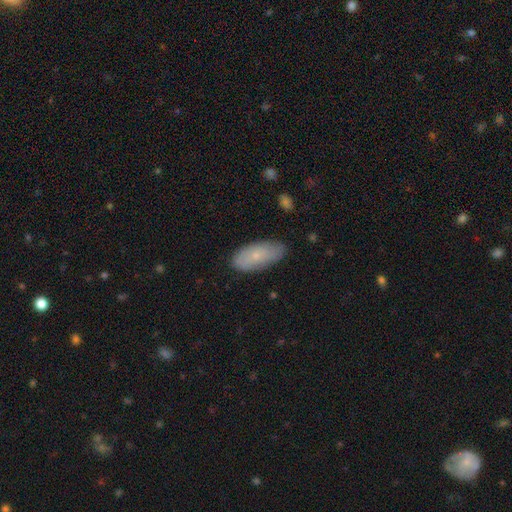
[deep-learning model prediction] The model was most divided on "smooth or featured": smooth: 67%, featured or disk: 26%, star or artifact: 7%. More confident: how rounded — in between (89%); merging — none (79%).